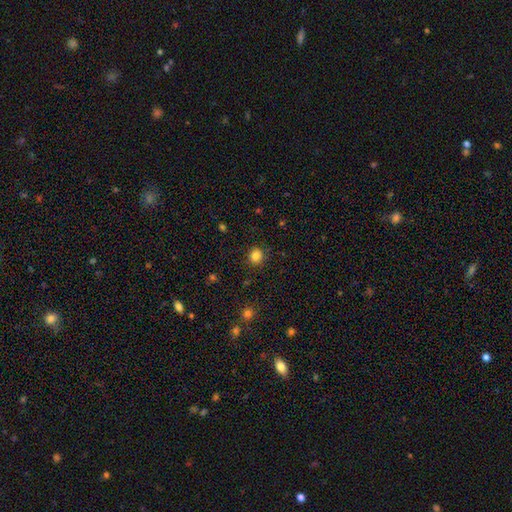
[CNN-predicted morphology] Smooth or featured: smooth — 84% (star or artifact — 12%)
How rounded: round — 82% (in between — 18%)
Merging: none — 88% (minor disturbance — 8%)